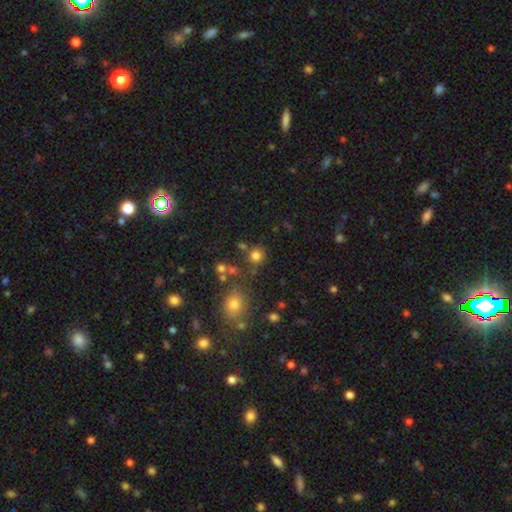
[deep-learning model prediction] A smooth galaxy with no disk features (77%) that is round (86%).

Vote fractions:
- Smooth or featured? smooth: 77% / star or artifact: 16% / featured or disk: 6%
- How rounded? round: 86% / in between: 13% / cigar-shaped: 1%
- Merging? none: 76% / merger: 10% / minor disturbance: 10% / major disturbance: 4%